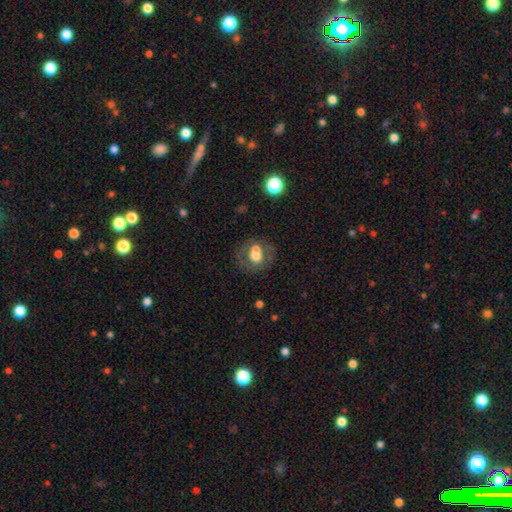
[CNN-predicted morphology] Overall: smooth (49%; featured or disk 41%). Merging: none (44%; merger 34%).